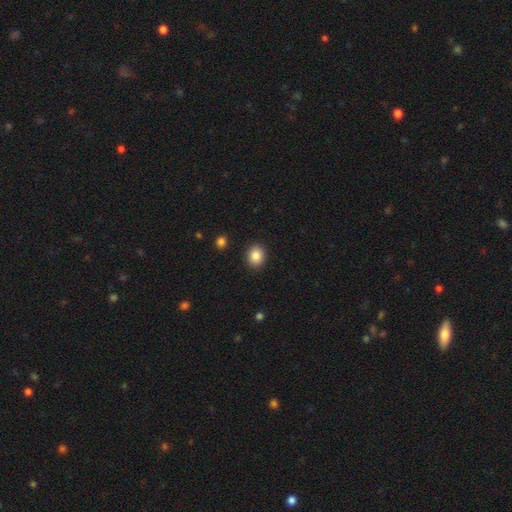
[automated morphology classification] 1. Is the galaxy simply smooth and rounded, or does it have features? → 86% smooth, 9% star or artifact, 5% featured or disk.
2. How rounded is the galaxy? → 62% round, 37% in between, 1% cigar-shaped.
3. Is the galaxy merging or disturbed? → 90% none, 6% minor disturbance, 2% major disturbance, 1% merger.